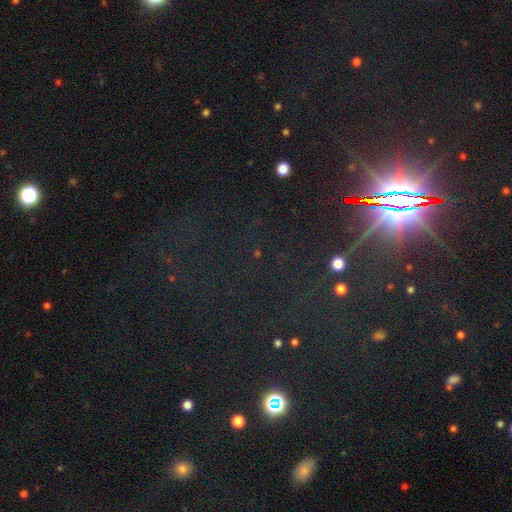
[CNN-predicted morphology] Smooth or featured? star or artifact (78%)